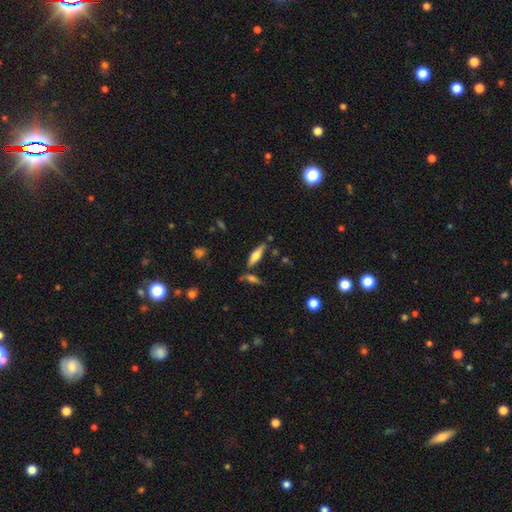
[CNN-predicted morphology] Smooth or featured? Predicted: smooth (p=0.52). How rounded? Predicted: cigar-shaped (p=0.57). Merging? Predicted: none (p=0.74).